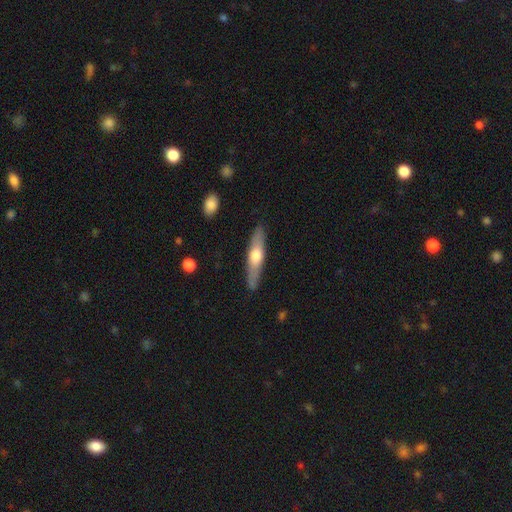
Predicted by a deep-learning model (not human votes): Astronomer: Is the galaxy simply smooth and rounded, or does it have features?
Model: featured or disk — 50% (runner-up: smooth, 45%).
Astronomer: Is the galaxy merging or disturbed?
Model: none — 87%.